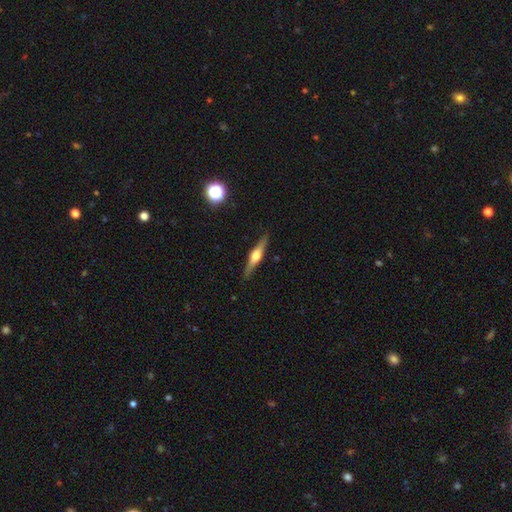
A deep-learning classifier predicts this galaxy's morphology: A featured or disk galaxy (70%) viewed edge-on (97%) with a rounded central bulge (91%). Merging: none (89%).